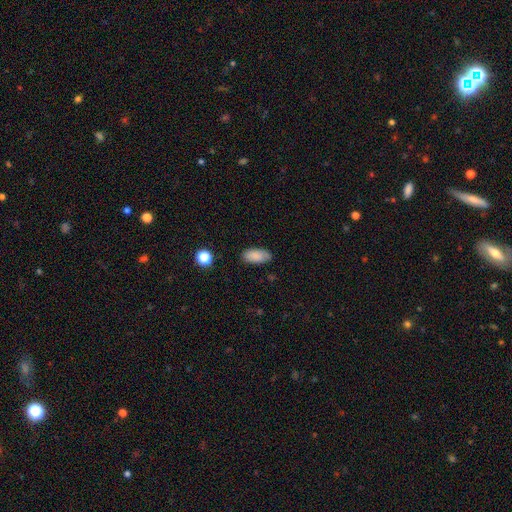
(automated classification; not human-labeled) This is clearly a smooth galaxy (86%). How rounded: clearly in between (91%). Merging: clearly none (83%).